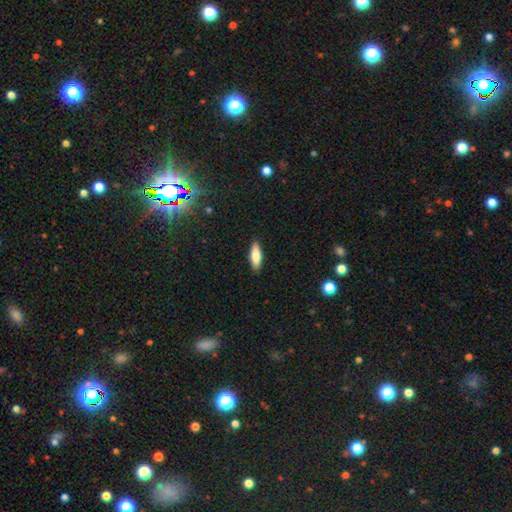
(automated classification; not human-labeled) A smooth galaxy with no disk features (76%) that is in between round and cigar-shaped (58%).

Vote fractions:
- Smooth or featured? smooth: 76% / featured or disk: 17% / star or artifact: 6%
- How rounded? in between: 58% / cigar-shaped: 40% / round: 2%
- Merging? none: 89% / minor disturbance: 8% / major disturbance: 2% / merger: 1%